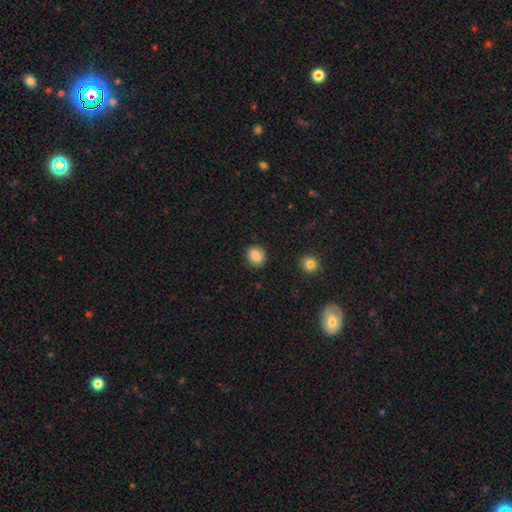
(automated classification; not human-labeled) A smooth galaxy with no disk features (86%) that is round (73%). Merging: none (88%).